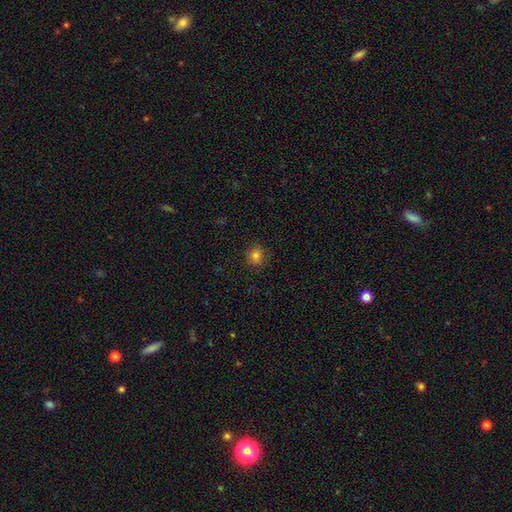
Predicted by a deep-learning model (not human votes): A smooth galaxy with no disk features (81%) that is round (86%).

Vote fractions:
- Smooth or featured? smooth: 81% / star or artifact: 14% / featured or disk: 5%
- How rounded? round: 86% / in between: 13% / cigar-shaped: 1%
- Merging? none: 87% / minor disturbance: 9% / major disturbance: 3% / merger: 1%